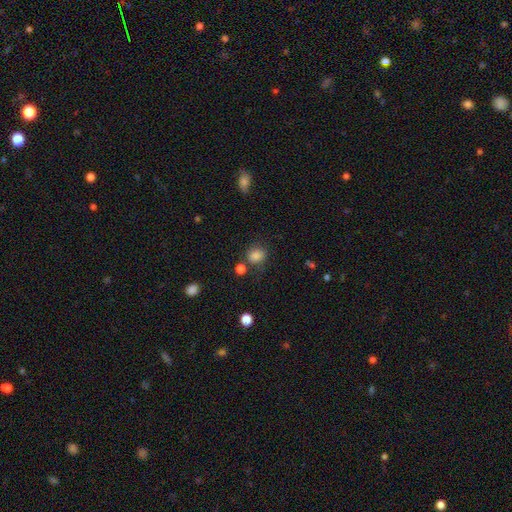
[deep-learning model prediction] A smooth galaxy with no disk features (83%) that is round (72%). Merging: none (71%).